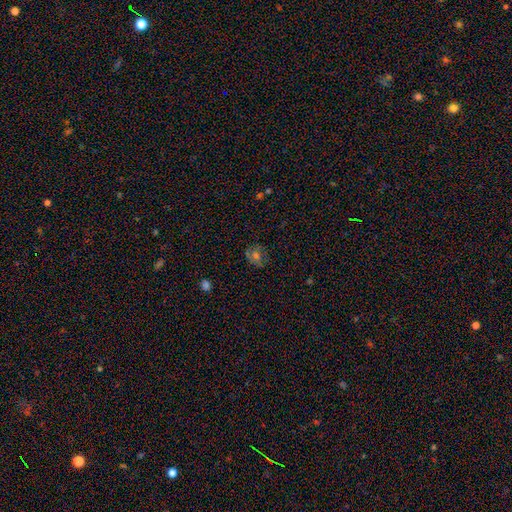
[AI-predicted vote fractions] smooth_or_featured: smooth (p=0.42) [alt: featured or disk p=0.33]
merging: none (p=0.77) [alt: minor disturbance p=0.15]